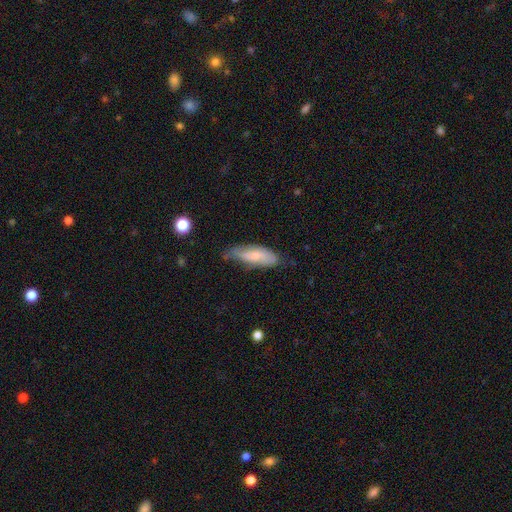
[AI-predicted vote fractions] Smooth or featured?
  - smooth: 68% *
  - featured or disk: 26%
  - star or artifact: 6%
How rounded?
  - in between: 63% *
  - cigar-shaped: 35%
  - round: 2%
Merging?
  - none: 51% *
  - minor disturbance: 37%
  - major disturbance: 9%
  - merger: 3%